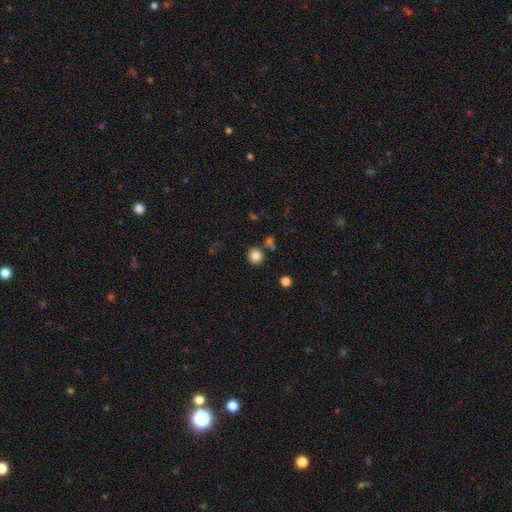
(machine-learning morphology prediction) Smooth or featured? Predicted: smooth (p=0.84). How rounded? Predicted: round (p=0.89). Merging? Predicted: none (p=0.82).